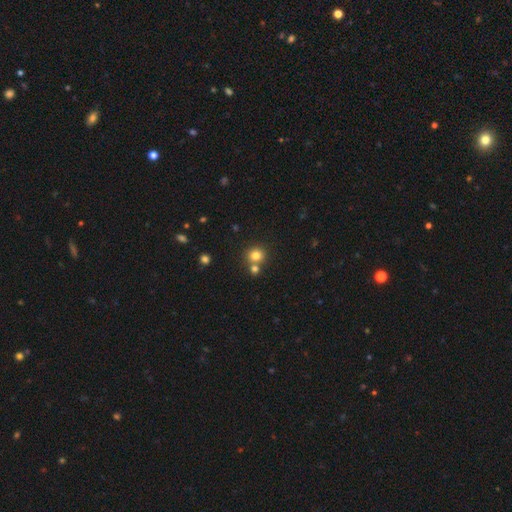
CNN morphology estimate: smooth-or-featured: smooth: 79% | star or artifact: 13% | featured or disk: 7%
  how-rounded: round: 88% | in between: 11% | cigar-shaped: 1%
  merging: none: 64% | merger: 27% | minor disturbance: 7% | major disturbance: 2%